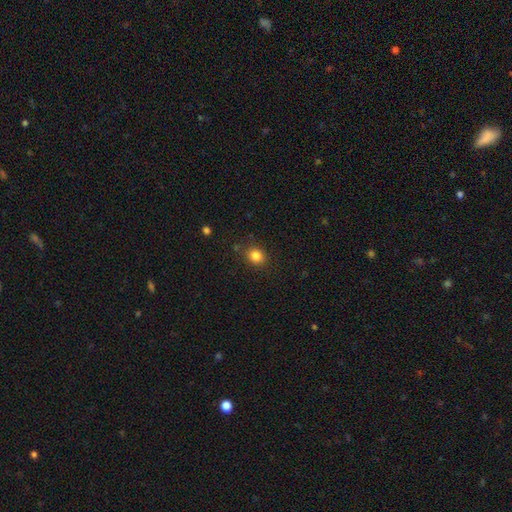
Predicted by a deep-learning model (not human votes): smooth 84%, star or artifact 11%, featured or disk 5%. Down the decision tree: how rounded — round (69%); merging — none (83%).